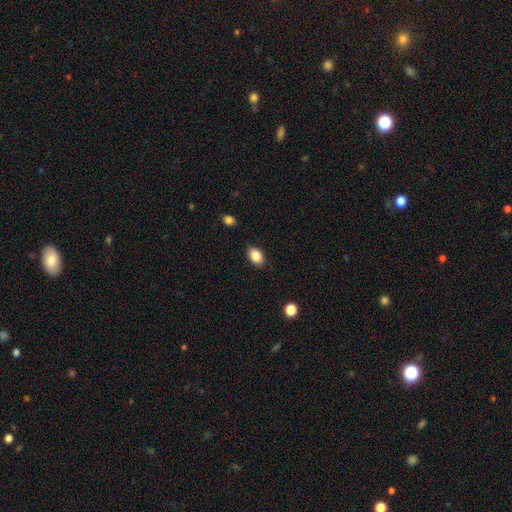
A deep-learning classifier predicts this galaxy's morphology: smooth-or-featured: smooth: 86% | star or artifact: 8% | featured or disk: 5%
  how-rounded: in between: 85% | round: 14% | cigar-shaped: 1%
  merging: none: 85% | minor disturbance: 12% | major disturbance: 3% | merger: 1%